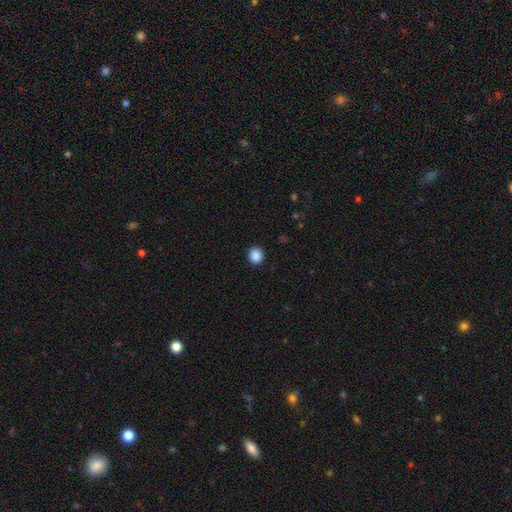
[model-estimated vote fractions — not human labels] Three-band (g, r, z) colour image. It shows a smooth galaxy with no disk features (88%) that is round (90%). Merging: none (92%).